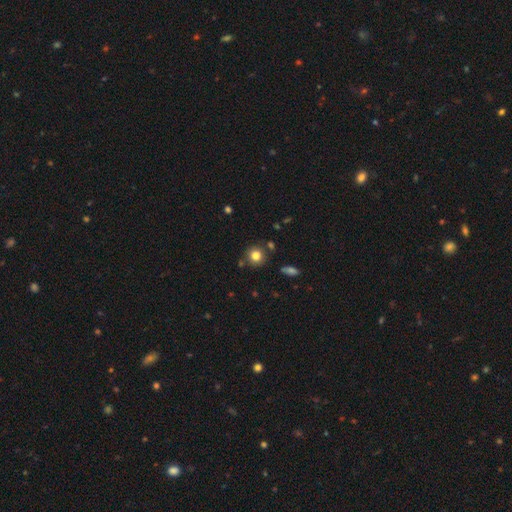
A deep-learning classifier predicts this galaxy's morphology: This appears to be a smooth galaxy with no disk features (81%) that is round (89%). Merging: none (83%).